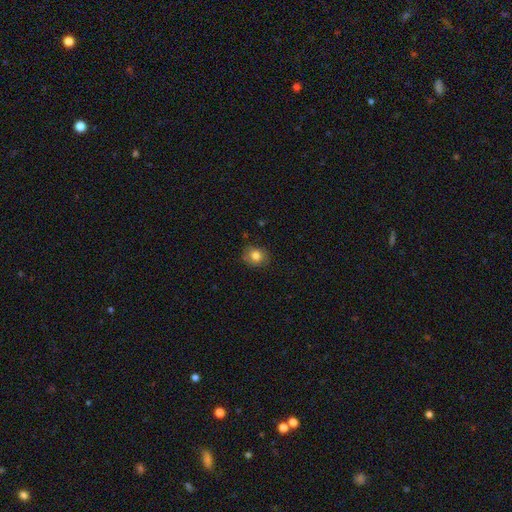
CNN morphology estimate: type=smooth (81%); roundness=round (67%); merging=none (82%).